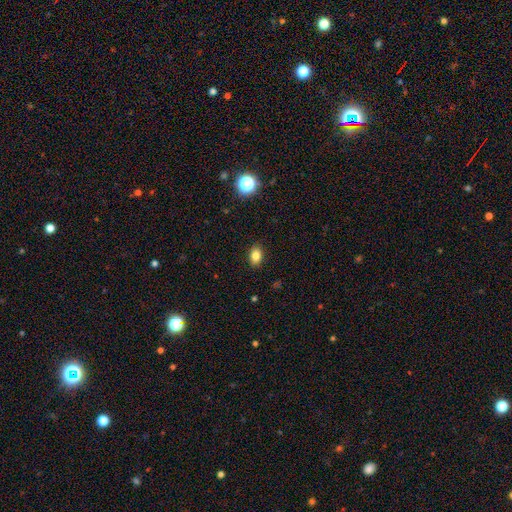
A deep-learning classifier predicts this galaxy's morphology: Smooth or featured? Predicted: smooth (p=0.81). How rounded? Predicted: in between (p=0.78). Merging? Predicted: none (p=0.88).